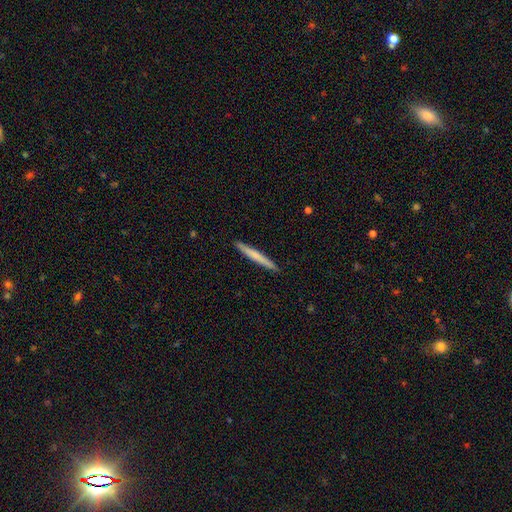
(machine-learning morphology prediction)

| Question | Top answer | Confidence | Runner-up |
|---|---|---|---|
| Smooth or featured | smooth | 63% | featured or disk (32%) |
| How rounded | cigar-shaped | 97% | in between (2%) |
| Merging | none | 92% | minor disturbance (5%) |